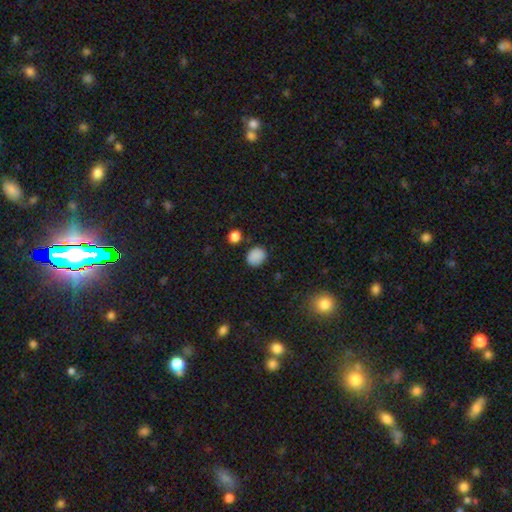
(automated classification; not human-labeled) Smooth or featured?
  - smooth: 86% *
  - star or artifact: 10%
  - featured or disk: 4%
How rounded?
  - round: 58% *
  - in between: 41%
  - cigar-shaped: 1%
Merging?
  - none: 83% *
  - minor disturbance: 12%
  - major disturbance: 3%
  - merger: 3%